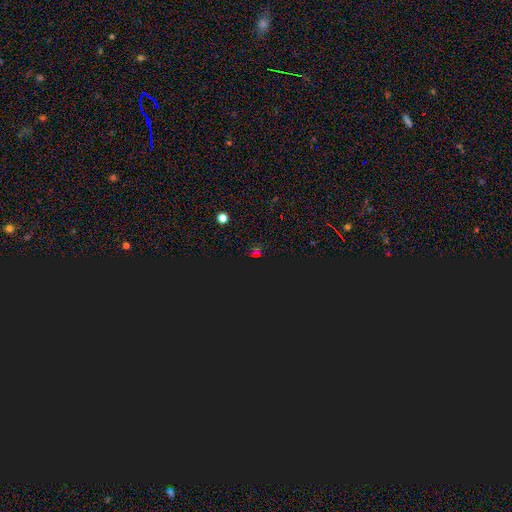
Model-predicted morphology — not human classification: Smooth or featured: star or artifact — 67% (smooth — 26%)